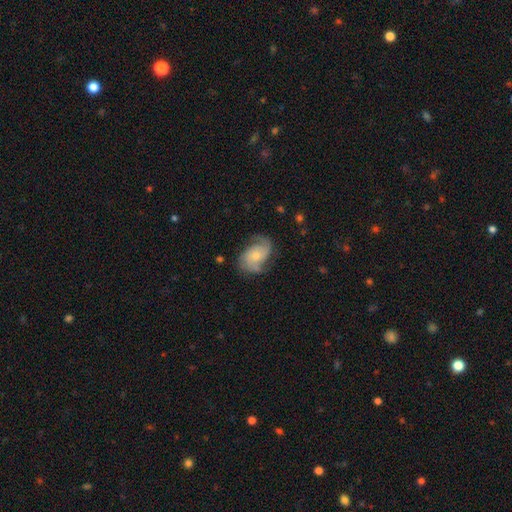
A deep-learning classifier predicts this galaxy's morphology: A featured or disk galaxy (69%) with no bar (72%), 2 (75%) medium (44%) spiral arms (92%) and a small central bulge (53%).

Vote fractions:
- Smooth or featured? featured or disk: 69% / smooth: 24% / star or artifact: 7%
- Edge-on disk? no: 97% / yes: 3%
- Bar? no: 72% / weak: 24% / strong: 4%
- Spiral arms? yes: 92% / no: 8%
- Spiral winding? medium: 44% / tight: 28% / loose: 28%
- Spiral arm count? 2: 75% / can't tell: 11% / 1: 6% / 3: 5% / 4: 2% / more than 4: 2%
- Bulge size? small: 53% / moderate: 38% / none: 4% / large: 4% / dominant: 1%
- Merging? none: 63% / minor disturbance: 23% / major disturbance: 12% / merger: 2%